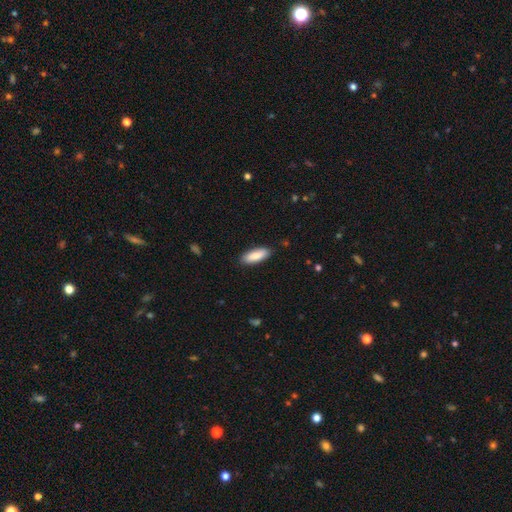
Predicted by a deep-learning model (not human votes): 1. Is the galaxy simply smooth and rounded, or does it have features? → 85% smooth, 10% featured or disk, 6% star or artifact.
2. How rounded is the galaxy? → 71% in between, 28% cigar-shaped, 2% round.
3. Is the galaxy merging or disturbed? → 87% none, 10% minor disturbance, 2% major disturbance, 1% merger.